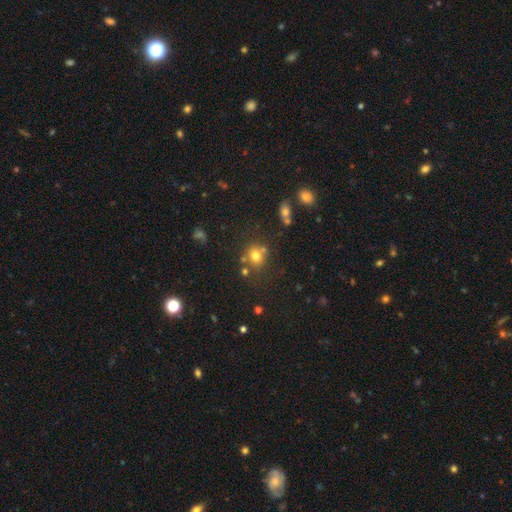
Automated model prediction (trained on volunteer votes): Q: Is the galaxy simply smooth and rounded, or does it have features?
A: smooth — 72%.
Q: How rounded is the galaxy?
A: round — 77%.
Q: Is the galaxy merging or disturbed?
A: none — 67%.